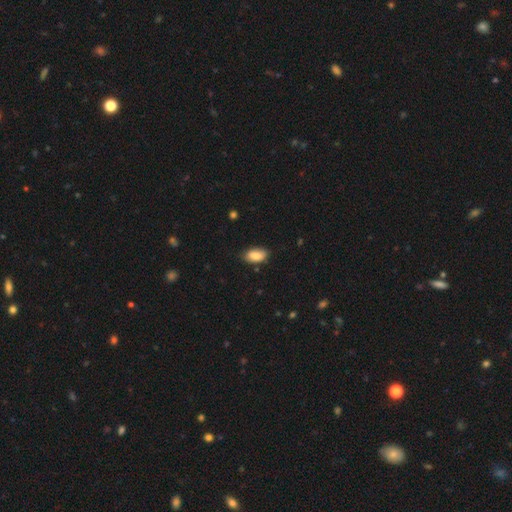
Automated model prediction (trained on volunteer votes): The model was most divided on "merging": none: 77%, minor disturbance: 19%, major disturbance: 3%, merger: 1%. More confident: how rounded — in between (93%); smooth or featured — smooth (84%).